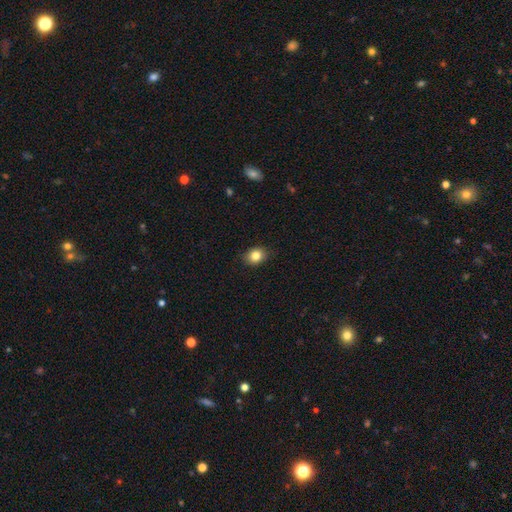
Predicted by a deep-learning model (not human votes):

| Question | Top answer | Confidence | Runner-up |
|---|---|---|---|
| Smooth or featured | smooth | 83% | star or artifact (10%) |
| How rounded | in between | 53% | round (45%) |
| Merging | none | 85% | minor disturbance (11%) |